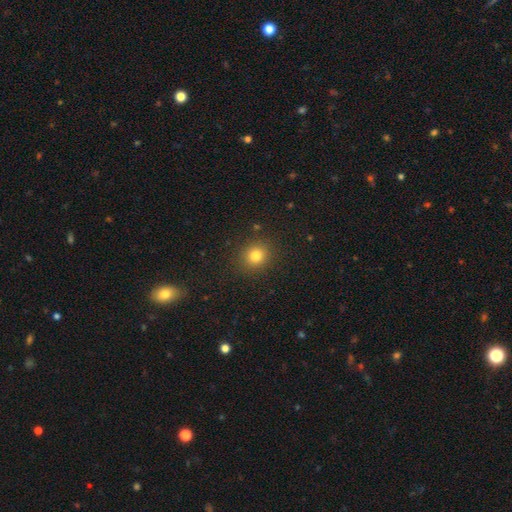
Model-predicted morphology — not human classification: smooth 81%, star or artifact 14%, featured or disk 6%. Down the decision tree: how rounded — round (83%); merging — none (89%).